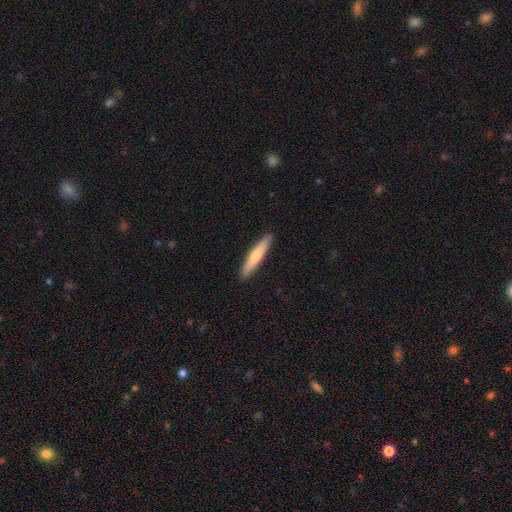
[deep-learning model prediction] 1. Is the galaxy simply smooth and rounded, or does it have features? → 65% smooth, 30% featured or disk, 5% star or artifact.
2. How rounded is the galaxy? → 90% cigar-shaped, 9% in between, 1% round.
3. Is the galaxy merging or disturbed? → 91% none, 6% minor disturbance, 1% major disturbance, 1% merger.